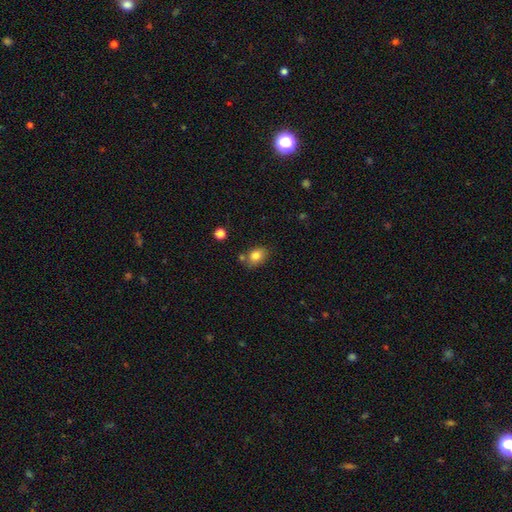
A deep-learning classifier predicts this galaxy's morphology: Smooth or featured? Predicted: smooth (p=0.81). How rounded? Predicted: in between (p=0.66). Merging? Predicted: none (p=0.67).